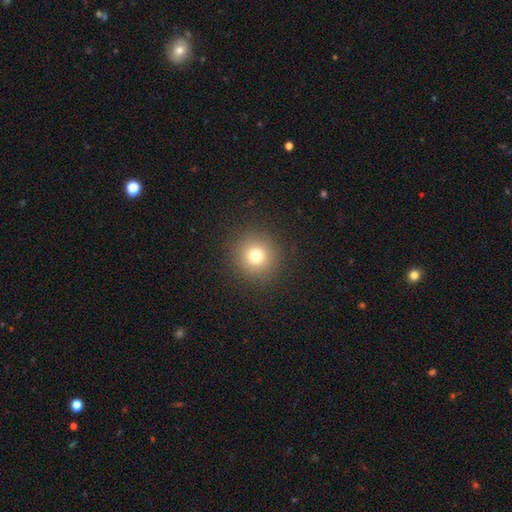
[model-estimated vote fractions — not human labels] A smooth galaxy with no disk features (75%) that is round (94%).

Vote fractions:
- Smooth or featured? smooth: 75% / star or artifact: 16% / featured or disk: 10%
- How rounded? round: 94% / in between: 5% / cigar-shaped: 1%
- Merging? none: 90% / minor disturbance: 6% / major disturbance: 3% / merger: 1%